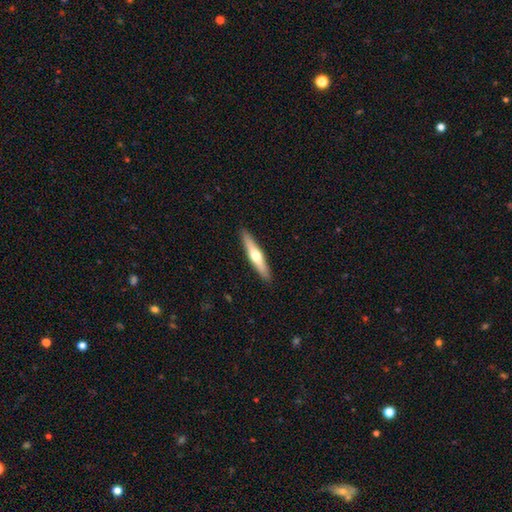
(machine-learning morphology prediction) Smooth or featured: featured or disk — 49% (smooth — 46%)
Merging: none — 90% (minor disturbance — 7%)